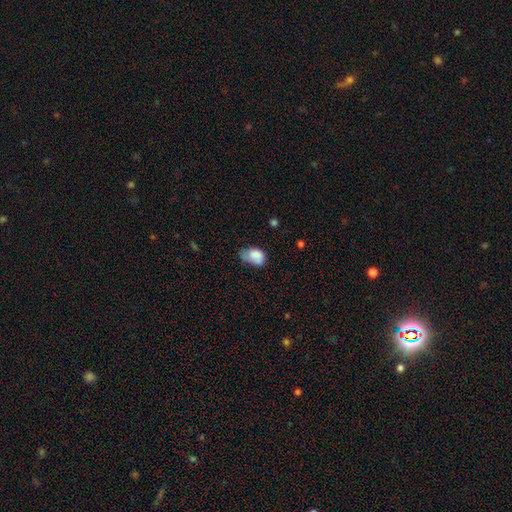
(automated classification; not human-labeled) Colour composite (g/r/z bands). It shows a smooth galaxy with no disk features (81%) that is in between round and cigar-shaped (78%). Merging: minor disturbance (45%).